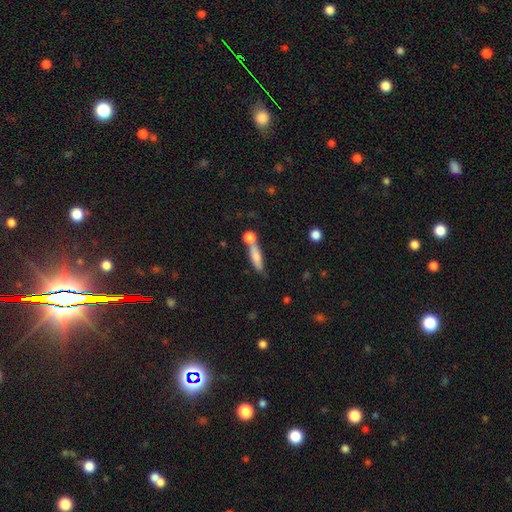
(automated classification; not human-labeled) Morphology: type=smooth (72%); roundness=cigar-shaped (67%); merging=none (54%).